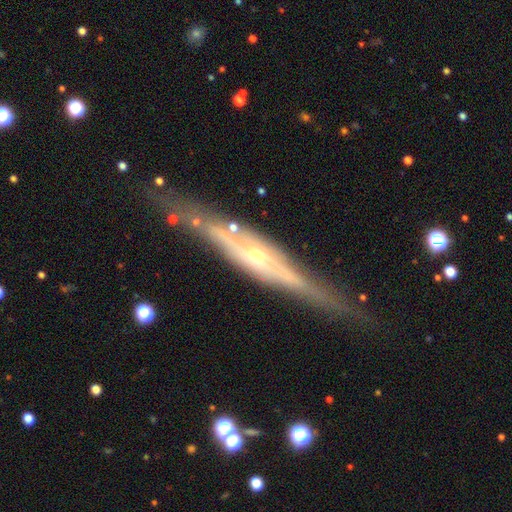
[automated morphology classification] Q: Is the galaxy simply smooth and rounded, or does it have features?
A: featured or disk — 84%.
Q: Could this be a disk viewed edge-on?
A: yes — 93%.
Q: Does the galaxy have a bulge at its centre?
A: rounded — 69%.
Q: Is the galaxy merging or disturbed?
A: none — 80%.